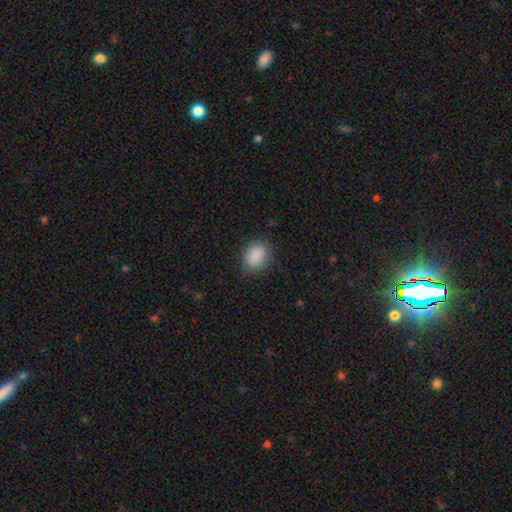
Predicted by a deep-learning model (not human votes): Smooth or featured? smooth (88%)
How rounded? in between (56%)
Merging? none (84%)